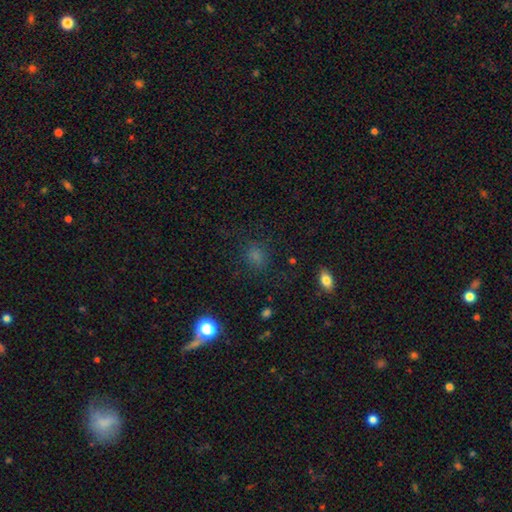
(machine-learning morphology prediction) Overall: smooth (73%). How rounded: round (69%; in between 29%). Merging: none (81%).